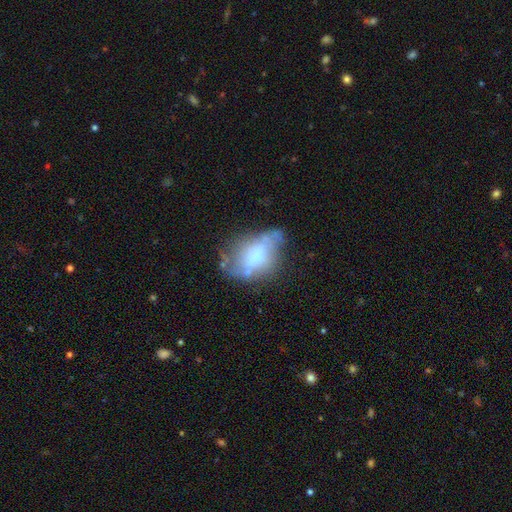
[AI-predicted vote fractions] Smooth or featured: featured or disk — 47% (smooth — 42%)
Merging: none — 35% (minor disturbance — 29%)